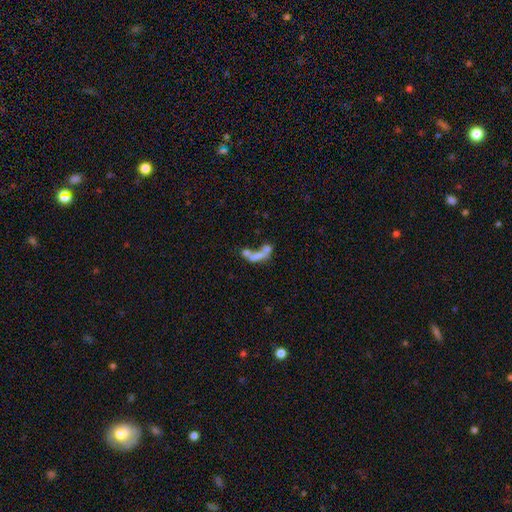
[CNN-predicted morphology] Smooth or featured?
  - smooth: 49% *
  - featured or disk: 36%
  - star or artifact: 15%
Merging?
  - merger: 58% *
  - none: 18%
  - major disturbance: 17%
  - minor disturbance: 8%